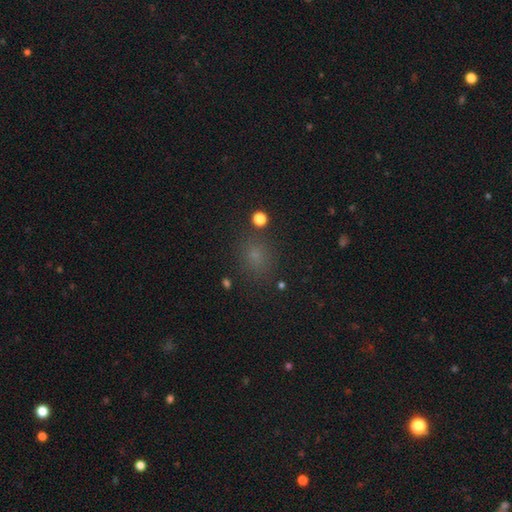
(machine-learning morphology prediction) Smooth or featured? smooth (67%)
How rounded? round (67%)
Merging? none (81%)